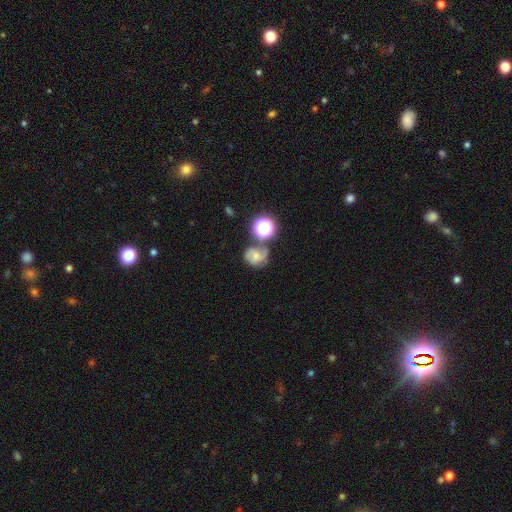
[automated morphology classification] Smooth or featured? smooth (44%)
Merging? none (48%)